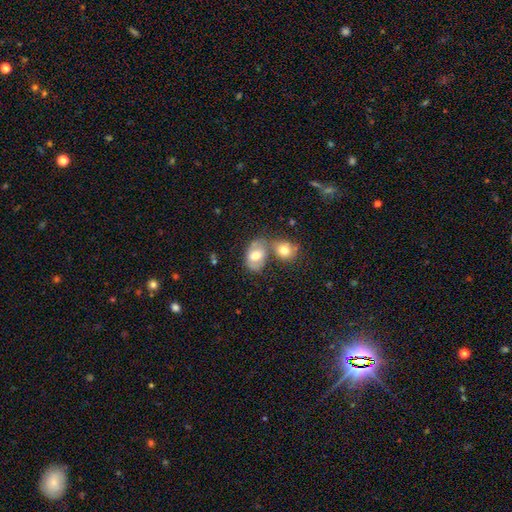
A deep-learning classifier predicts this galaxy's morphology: smooth 58%, featured or disk 34%, star or artifact 8%. Down the decision tree: how rounded — in between (76%); merging — merger (45%).